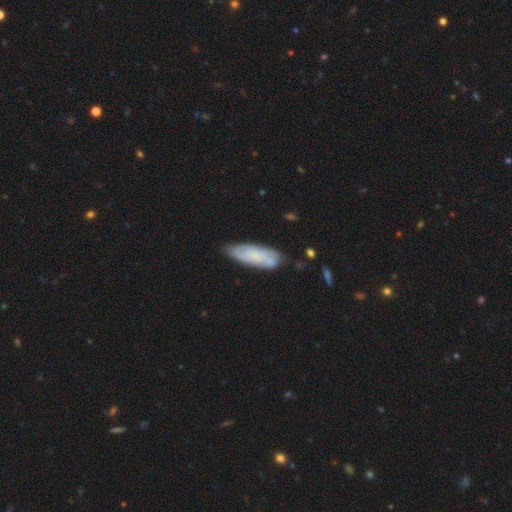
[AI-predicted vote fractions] This appears to be a smooth galaxy with no disk features (58%) that is in between round and cigar-shaped (55%). Merging: none (71%).